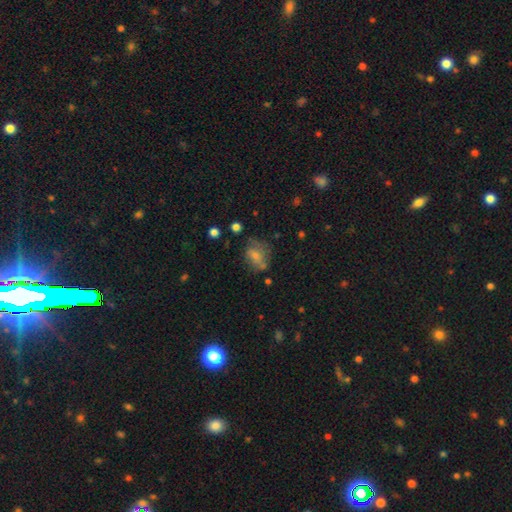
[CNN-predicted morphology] This appears to be a smooth galaxy with no disk features (48%). Merging: none (60%).